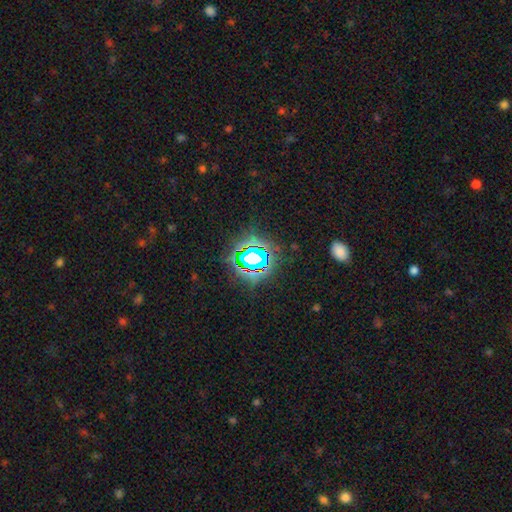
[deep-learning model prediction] smooth-or-featured: star or artifact: 77% | smooth: 14% | featured or disk: 9%